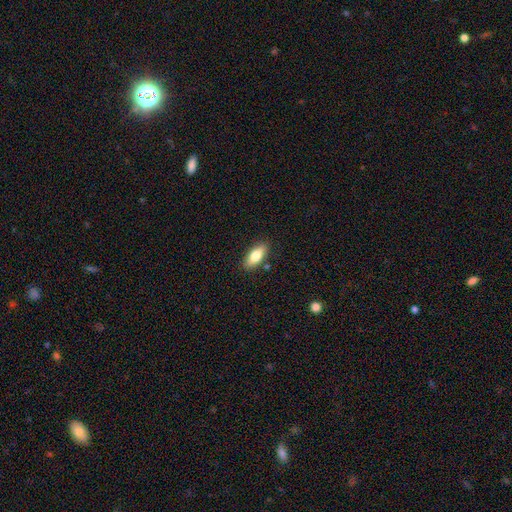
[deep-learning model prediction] smooth 75%, featured or disk 18%, star or artifact 7%. Down the decision tree: how rounded — in between (80%); merging — none (86%).